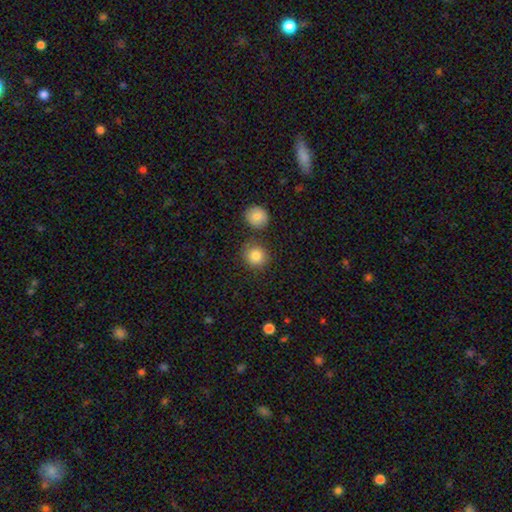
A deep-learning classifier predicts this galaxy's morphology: smooth-or-featured: smooth: 85% | star or artifact: 10% | featured or disk: 6%
  how-rounded: round: 89% | in between: 10% | cigar-shaped: 1%
  merging: none: 78% | minor disturbance: 10% | merger: 9% | major disturbance: 3%